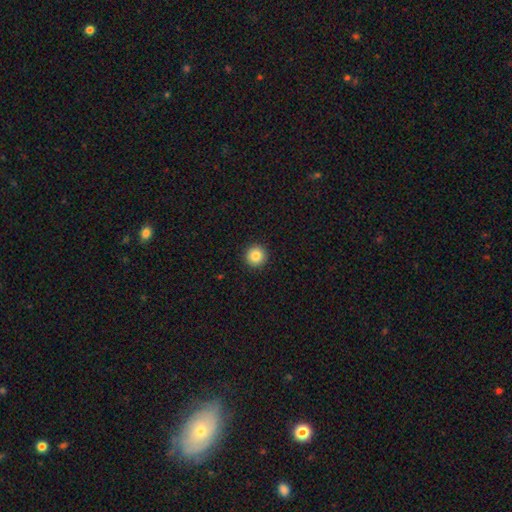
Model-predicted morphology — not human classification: Smooth or featured: smooth — 86% (star or artifact — 10%)
How rounded: round — 96% (in between — 3%)
Merging: none — 93% (minor disturbance — 4%)